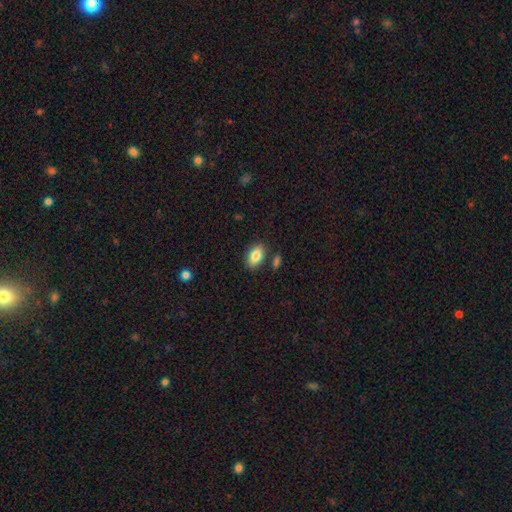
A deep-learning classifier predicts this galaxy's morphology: smooth-or-featured: smooth: 86% | featured or disk: 7% | star or artifact: 7%
  how-rounded: in between: 91% | round: 6% | cigar-shaped: 2%
  merging: none: 82% | minor disturbance: 10% | merger: 5% | major disturbance: 3%